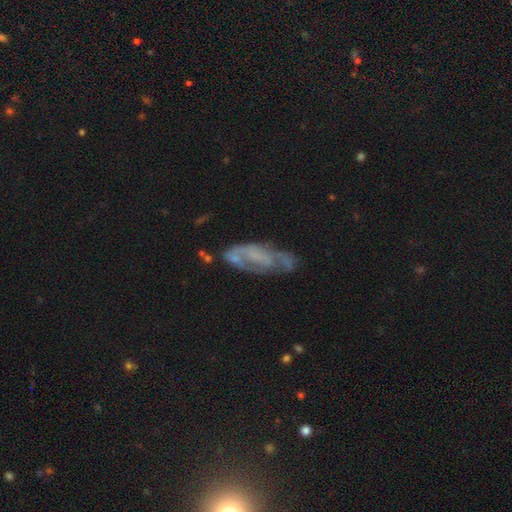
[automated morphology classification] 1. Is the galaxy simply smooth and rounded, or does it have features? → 62% featured or disk, 28% smooth, 10% star or artifact.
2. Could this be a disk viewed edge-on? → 87% no, 13% yes.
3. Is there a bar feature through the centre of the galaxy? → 71% no, 22% weak, 8% strong.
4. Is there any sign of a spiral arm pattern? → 50% yes (tied), 50% no (tied).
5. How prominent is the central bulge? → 64% none, 18% small, 12% moderate, 4% large, 1% dominant.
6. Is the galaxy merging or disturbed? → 49% none, 24% minor disturbance, 20% major disturbance, 7% merger.